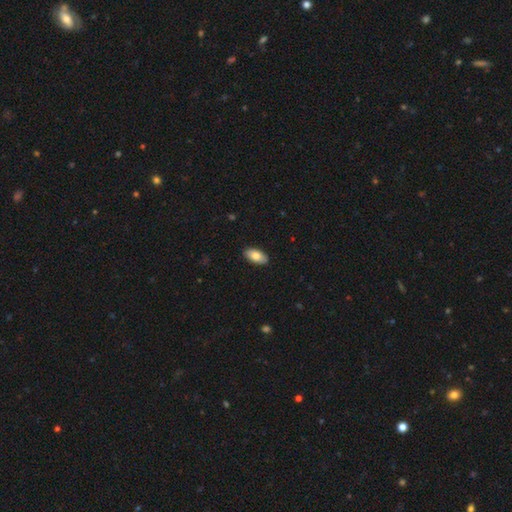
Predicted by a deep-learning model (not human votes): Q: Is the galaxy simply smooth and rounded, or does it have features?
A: smooth — 81%.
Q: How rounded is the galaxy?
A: in between — 93%.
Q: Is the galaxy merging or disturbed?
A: none — 90%.